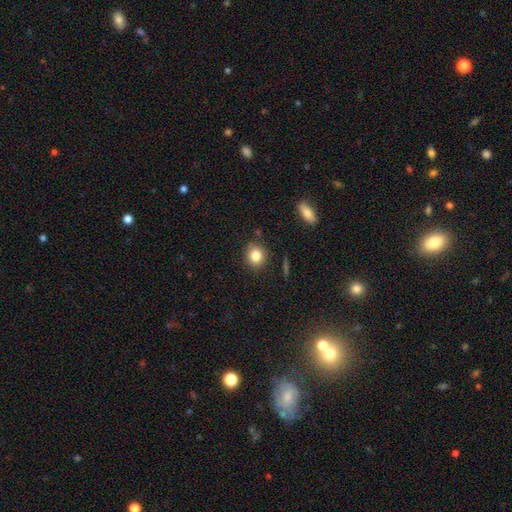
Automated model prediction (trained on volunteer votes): The model was most divided on "how rounded": round: 82%, in between: 17%, cigar-shaped: 1%. More confident: merging — none (86%); smooth or featured — smooth (83%).